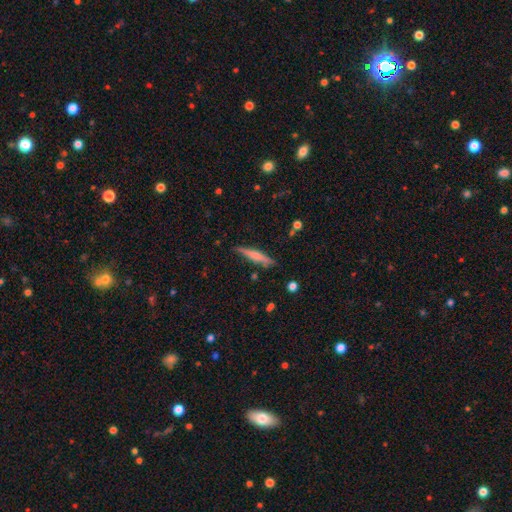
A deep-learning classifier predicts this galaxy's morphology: A smooth galaxy with no disk features (57%) that is cigar-shaped (90%). Merging: none (81%).